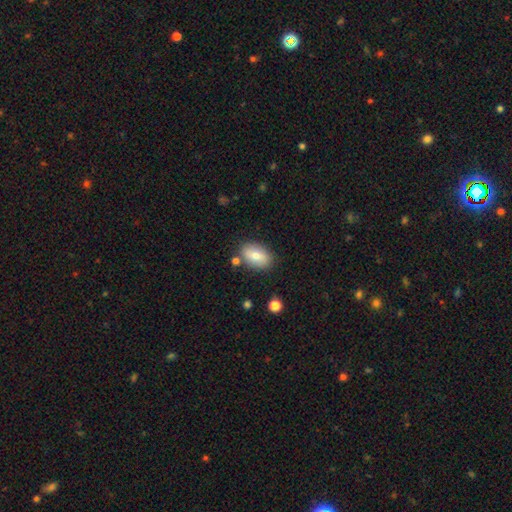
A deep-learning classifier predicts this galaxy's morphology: A smooth galaxy with no disk features (71%) that is in between round and cigar-shaped (88%). Merging: none (79%).